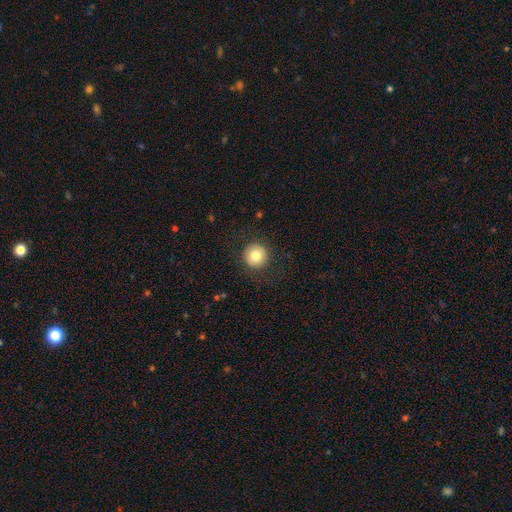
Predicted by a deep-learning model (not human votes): A smooth galaxy with no disk features (80%) that is round (95%).

Vote fractions:
- Smooth or featured? smooth: 80% / featured or disk: 11% / star or artifact: 10%
- How rounded? round: 95% / in between: 4% / cigar-shaped: 1%
- Merging? none: 88% / minor disturbance: 7% / major disturbance: 4% / merger: 1%